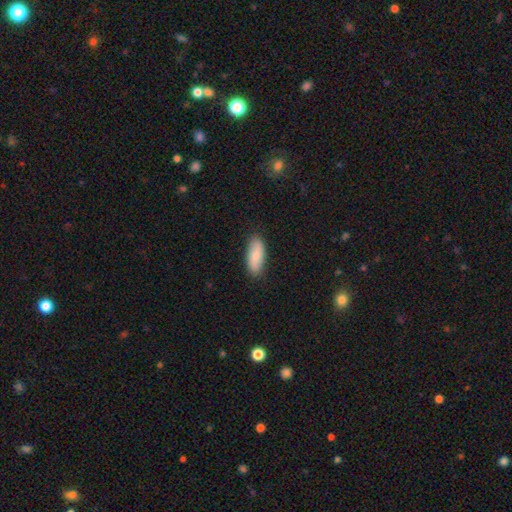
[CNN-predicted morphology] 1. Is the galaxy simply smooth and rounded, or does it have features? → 77% smooth, 18% featured or disk, 6% star or artifact.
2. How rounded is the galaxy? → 79% in between, 19% cigar-shaped, 2% round.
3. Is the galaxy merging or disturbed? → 85% none, 12% minor disturbance, 2% major disturbance, 1% merger.